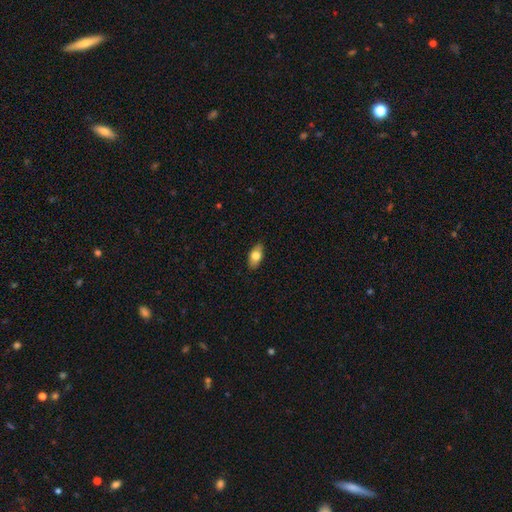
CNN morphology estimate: Overall: smooth (73%). How rounded: in between (88%). Merging: none (87%).